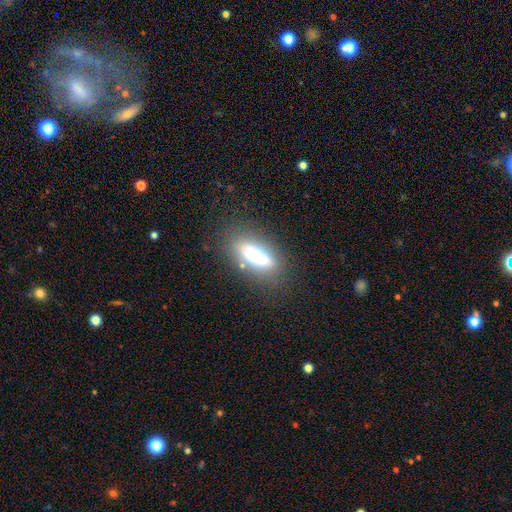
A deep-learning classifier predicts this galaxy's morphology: Q: Smooth or featured?
A: smooth (61%); runner-up: featured or disk (27%)
Q: How rounded?
A: in between (64%); runner-up: cigar-shaped (32%)
Q: Merging?
A: none (74%); runner-up: minor disturbance (14%)